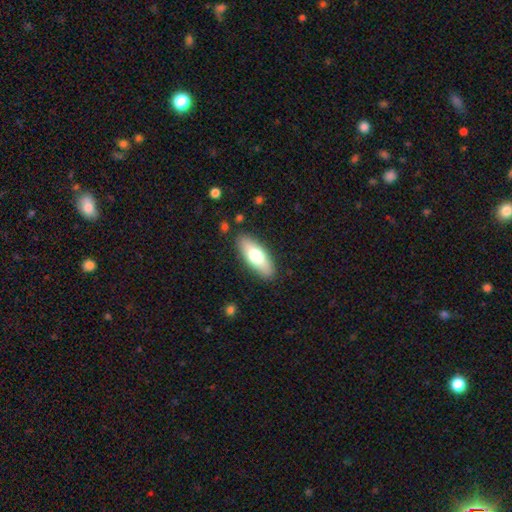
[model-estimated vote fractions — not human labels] smooth 67%, featured or disk 27%, star or artifact 6%. Down the decision tree: how rounded — in between (73%); merging — none (88%).